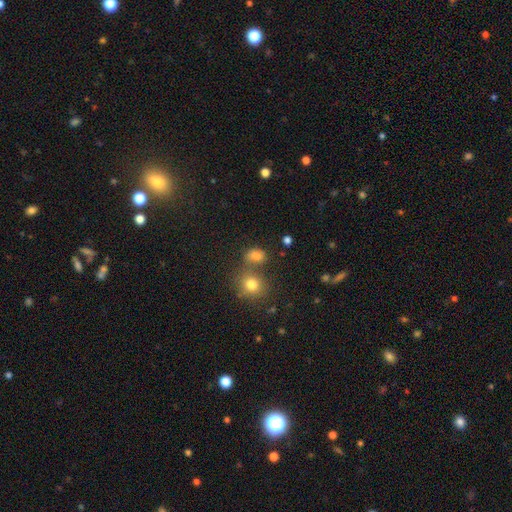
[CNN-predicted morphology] The model was most divided on "how rounded": in between: 60%, round: 38%, cigar-shaped: 1%. More confident: smooth or featured — smooth (78%); merging — none (57%).